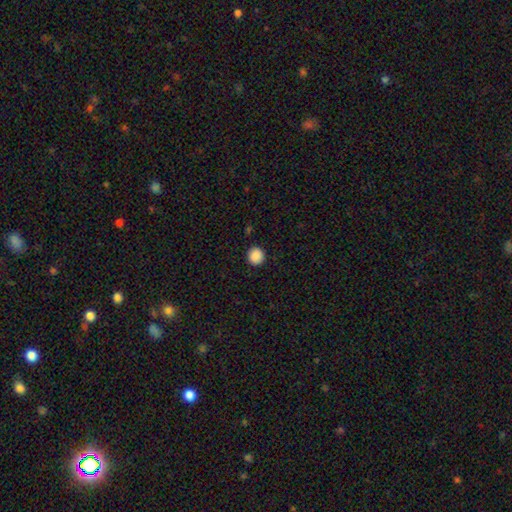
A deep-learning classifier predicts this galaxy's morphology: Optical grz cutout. It shows a smooth galaxy with no disk features (89%) that is round (93%). Merging: none (92%).